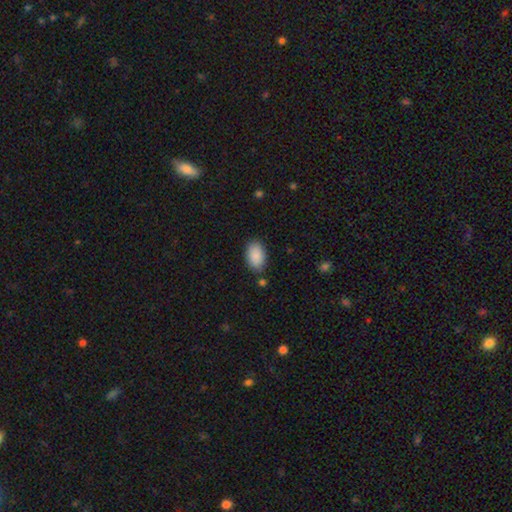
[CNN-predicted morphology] Q: Smooth or featured?
A: smooth (90%); runner-up: star or artifact (6%)
Q: How rounded?
A: in between (93%); runner-up: round (6%)
Q: Merging?
A: none (83%); runner-up: minor disturbance (11%)